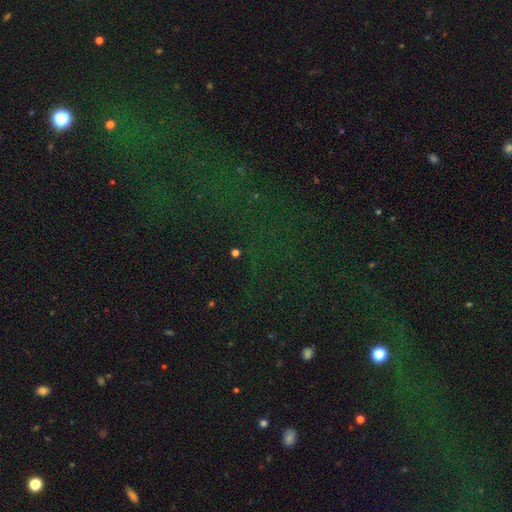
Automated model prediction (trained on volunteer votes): Smooth or featured? Predicted: star or artifact (p=0.70).